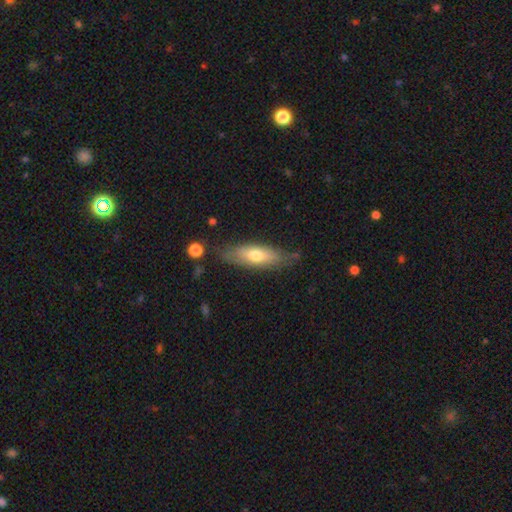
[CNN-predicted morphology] A smooth galaxy with no disk features (61%) that is in between round and cigar-shaped (54%). Merging: none (74%).